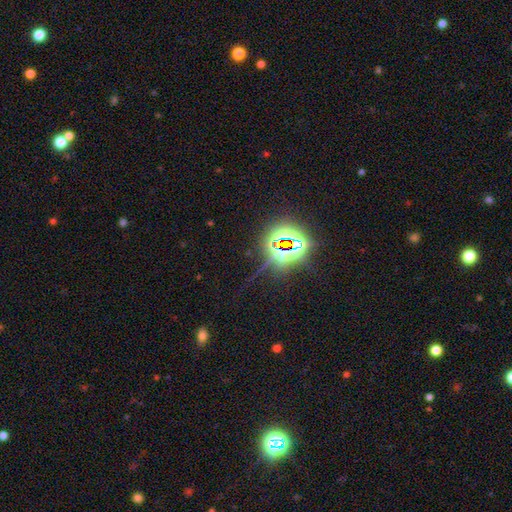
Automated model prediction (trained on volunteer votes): smooth_or_featured: star or artifact (p=0.83) [alt: smooth p=0.11]